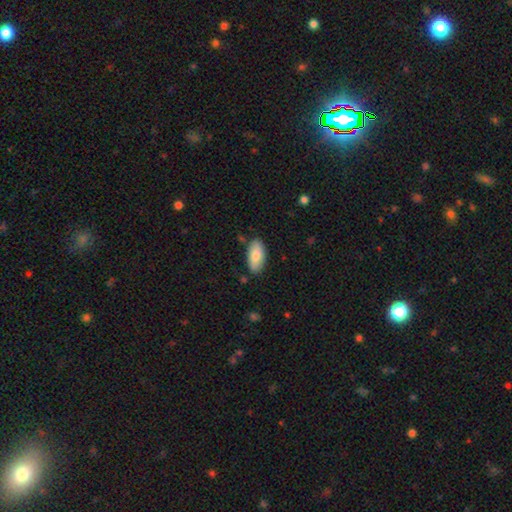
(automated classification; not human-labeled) Morphology: type=smooth (80%); roundness=in between (90%); merging=none (82%).